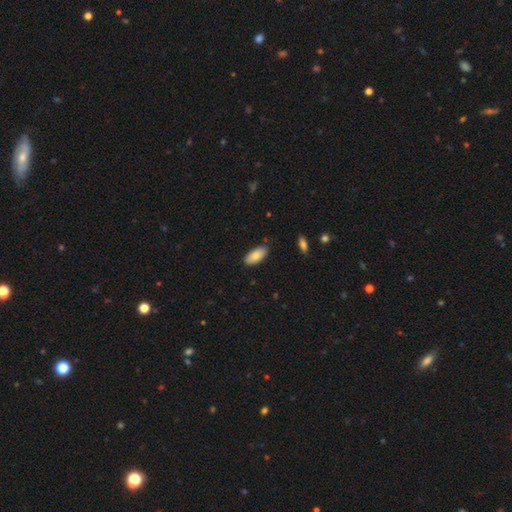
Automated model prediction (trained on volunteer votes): The model was most divided on "smooth or featured": smooth: 80%, featured or disk: 13%, star or artifact: 6%. More confident: how rounded — in between (91%); merging — none (85%).